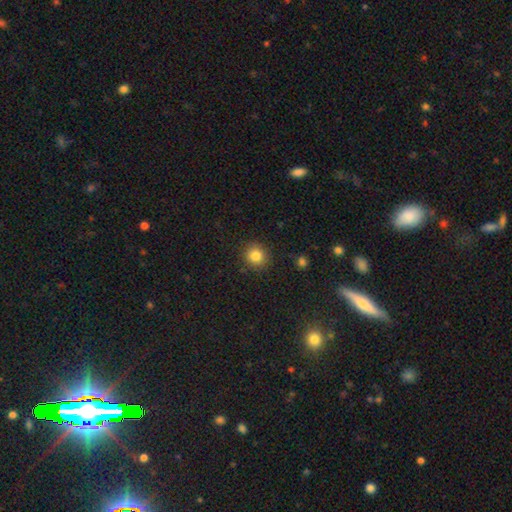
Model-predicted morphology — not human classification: type=smooth (83%); roundness=round (90%); merging=none (90%).